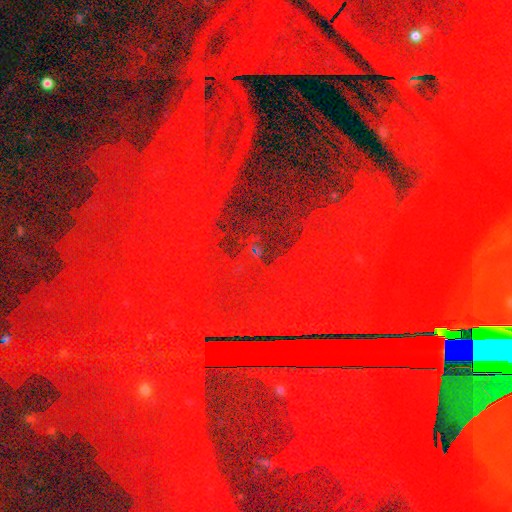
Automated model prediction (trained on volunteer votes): A star or artifact, not a galaxy (88%).

Vote fractions:
- Smooth or featured? star or artifact: 88% / featured or disk: 7% / smooth: 5%